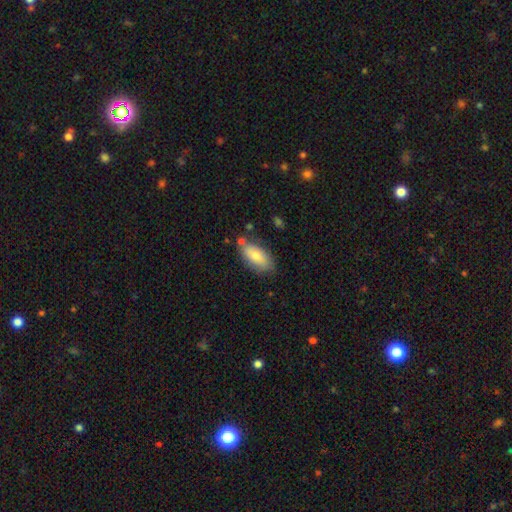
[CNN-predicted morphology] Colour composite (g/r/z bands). It shows a smooth galaxy with no disk features (72%) that is in between round and cigar-shaped (89%). Merging: none (70%).